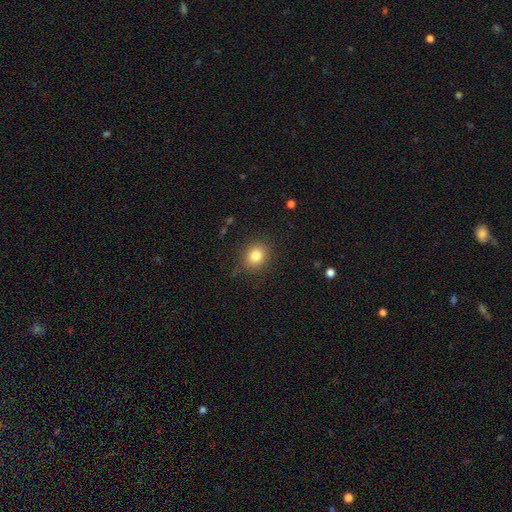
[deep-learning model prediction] Q: Smooth or featured?
A: smooth (82%); runner-up: star or artifact (11%)
Q: How rounded?
A: round (66%); runner-up: in between (34%)
Q: Merging?
A: none (86%); runner-up: minor disturbance (10%)